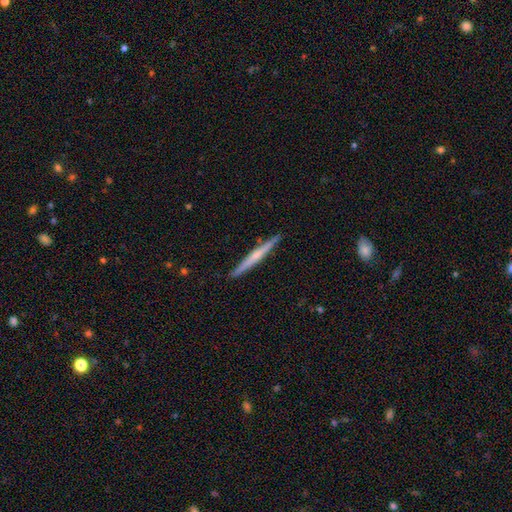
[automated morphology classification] featured or disk 60%, smooth 34%, star or artifact 6%. Down the decision tree: edge-on disk — yes (98%); edge-on bulge — rounded (50%); merging — none (91%).